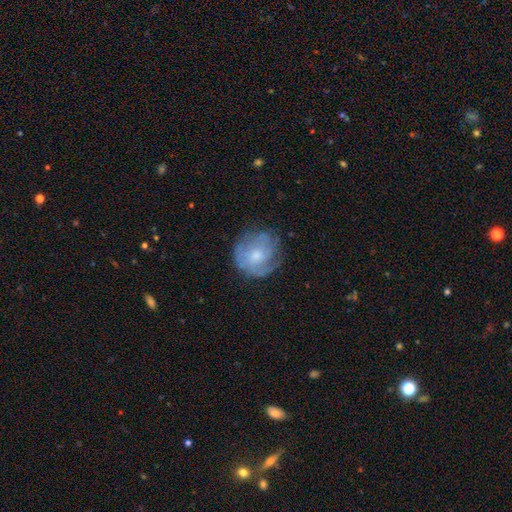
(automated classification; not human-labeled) Morphology: type=featured or disk (51%); edge-on=no (97%); merging=none (62%).